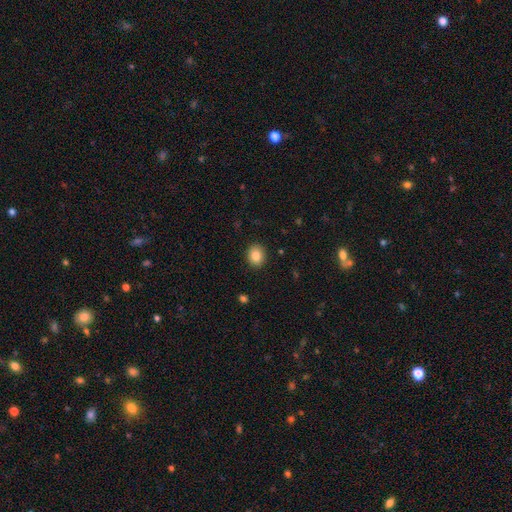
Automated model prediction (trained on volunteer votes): A smooth galaxy with no disk features (85%) that is round (59%). Merging: none (90%).